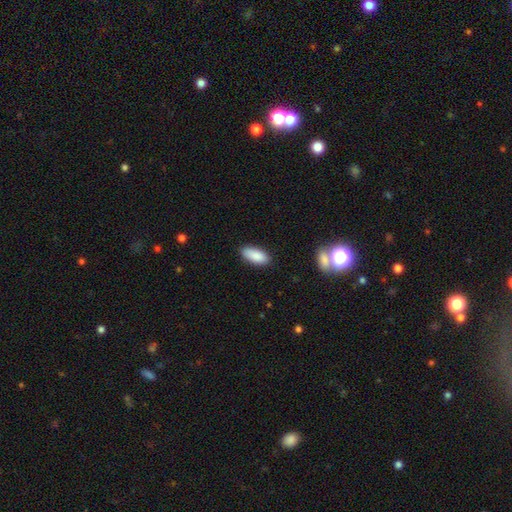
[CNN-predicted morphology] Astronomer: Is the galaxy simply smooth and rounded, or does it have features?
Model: smooth — 88%.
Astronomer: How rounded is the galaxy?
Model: in between — 85%.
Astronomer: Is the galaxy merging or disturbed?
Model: none — 85%.